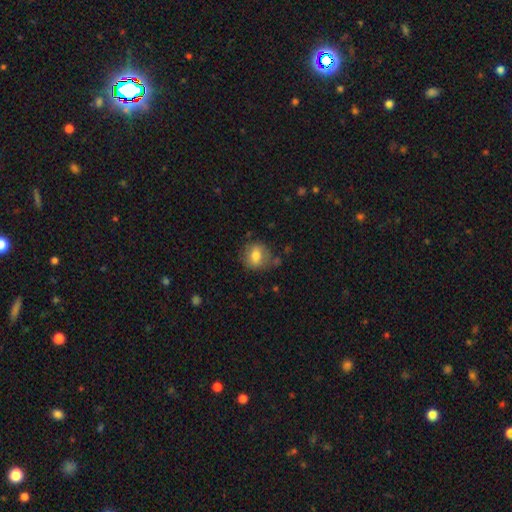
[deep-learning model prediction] Morphology: type=smooth (76%); roundness=round (68%); merging=none (70%).